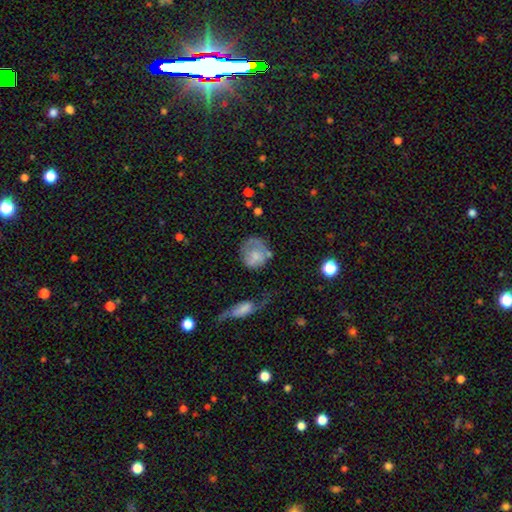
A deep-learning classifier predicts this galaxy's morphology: Smooth or featured?
  - smooth: 57% *
  - featured or disk: 35%
  - star or artifact: 8%
How rounded?
  - round: 69% *
  - in between: 30%
  - cigar-shaped: 1%
Merging?
  - none: 40% *
  - minor disturbance: 27%
  - major disturbance: 23%
  - merger: 10%